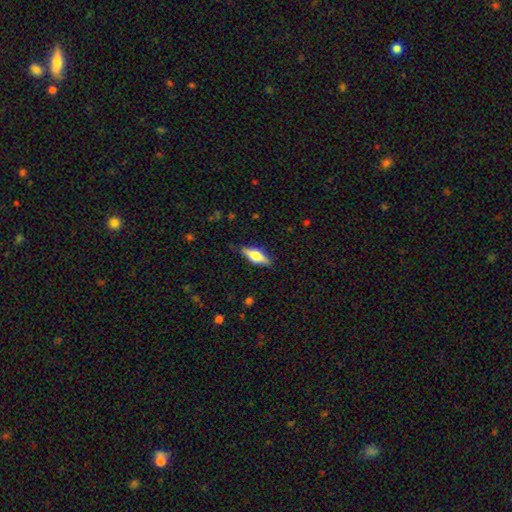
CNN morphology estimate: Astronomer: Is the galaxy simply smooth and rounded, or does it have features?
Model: smooth — 55% (runner-up: featured or disk, 39%).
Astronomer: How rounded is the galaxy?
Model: in between — 64%.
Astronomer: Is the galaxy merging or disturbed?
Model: none — 85%.